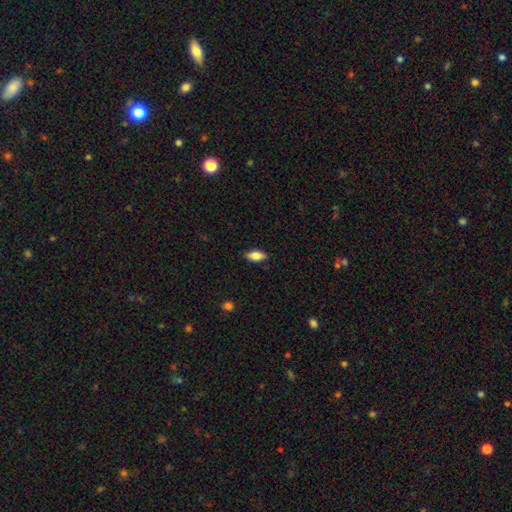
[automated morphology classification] A smooth galaxy with no disk features (81%) that is in between round and cigar-shaped (87%).

Vote fractions:
- Smooth or featured? smooth: 81% / featured or disk: 12% / star or artifact: 7%
- How rounded? in between: 87% / cigar-shaped: 10% / round: 3%
- Merging? none: 88% / minor disturbance: 9% / major disturbance: 2% / merger: 1%